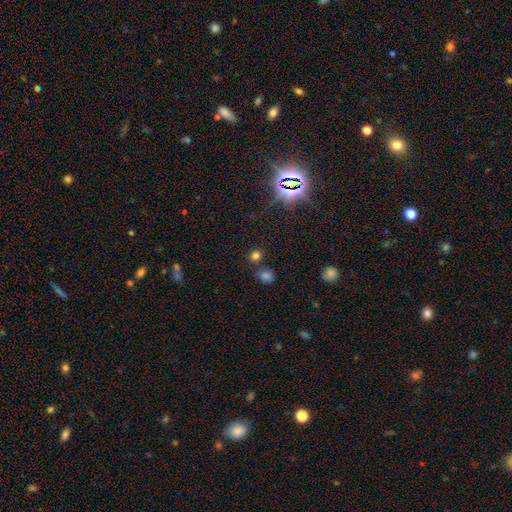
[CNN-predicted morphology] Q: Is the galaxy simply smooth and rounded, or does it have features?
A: smooth — 70%.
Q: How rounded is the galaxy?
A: round — 78%.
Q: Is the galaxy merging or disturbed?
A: none — 74%.